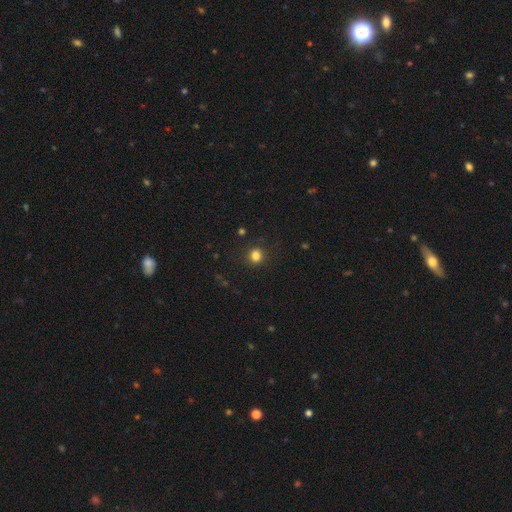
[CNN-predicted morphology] This is clearly a smooth galaxy (82%). How rounded: clearly round (90%). Merging: clearly none (90%).